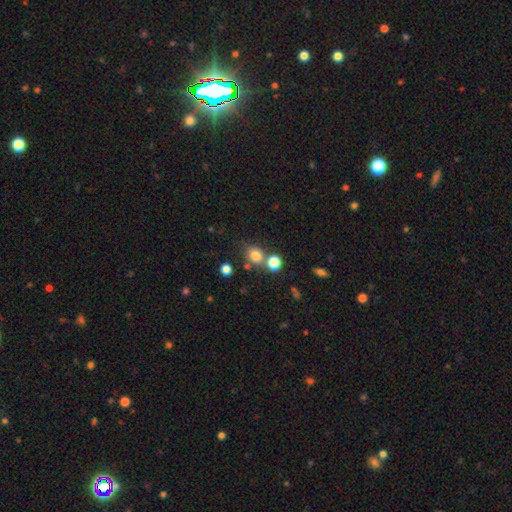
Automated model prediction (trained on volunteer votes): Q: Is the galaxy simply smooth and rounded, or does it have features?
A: smooth — 78%.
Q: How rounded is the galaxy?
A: round — 69%.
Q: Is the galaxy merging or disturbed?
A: none — 60%.